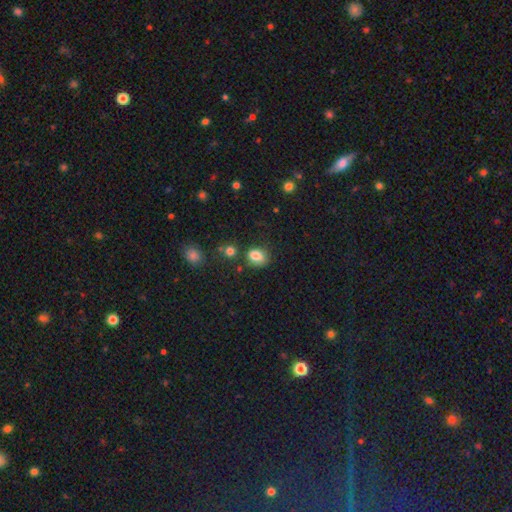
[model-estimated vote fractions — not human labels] Smooth or featured? smooth (82%)
How rounded? in between (60%)
Merging? none (64%)